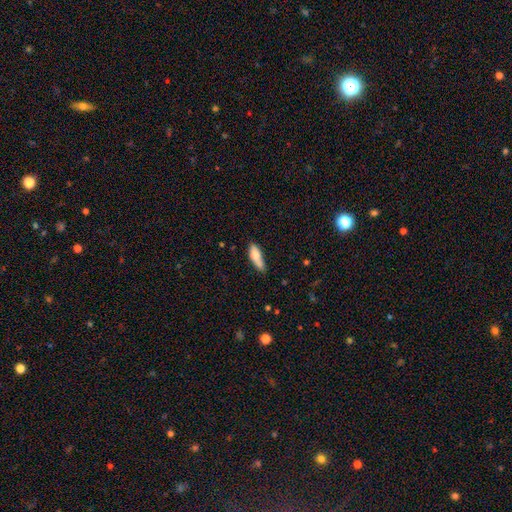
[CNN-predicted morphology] This appears to be a smooth galaxy with no disk features (76%) that is in between round and cigar-shaped (56%). Merging: none (53%).